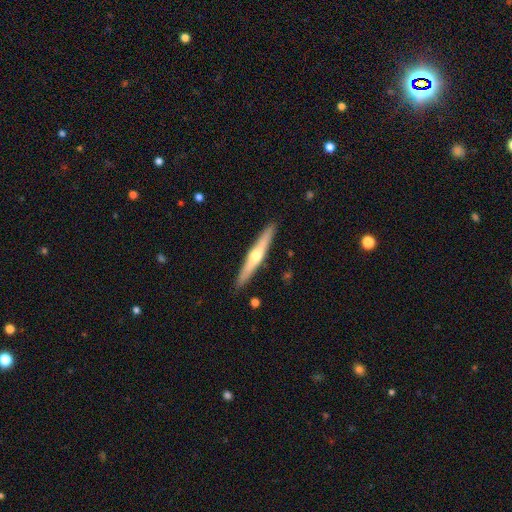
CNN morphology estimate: Smooth or featured?
  - featured or disk: 60% *
  - smooth: 35%
  - star or artifact: 5%
Edge-on disk?
  - yes: 96% *
  - no: 4%
Edge-on bulge?
  - rounded: 87% *
  - none: 10%
  - boxy: 3%
Merging?
  - none: 91% *
  - minor disturbance: 6%
  - major disturbance: 1%
  - merger: 1%